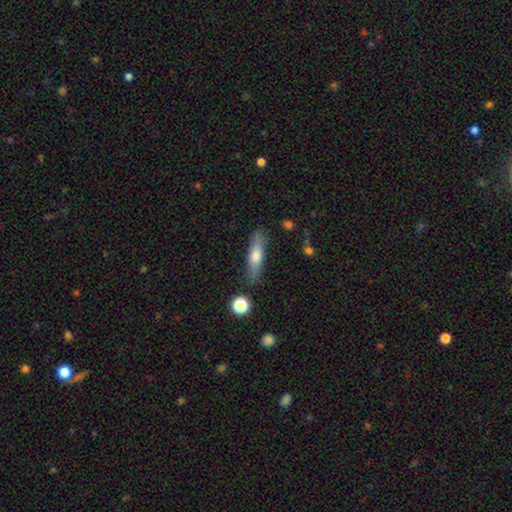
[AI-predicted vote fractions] smooth_or_featured: smooth (p=0.57) [alt: featured or disk p=0.35]
how_rounded: cigar-shaped (p=0.71) [alt: in between p=0.27]
merging: none (p=0.83) [alt: minor disturbance p=0.12]